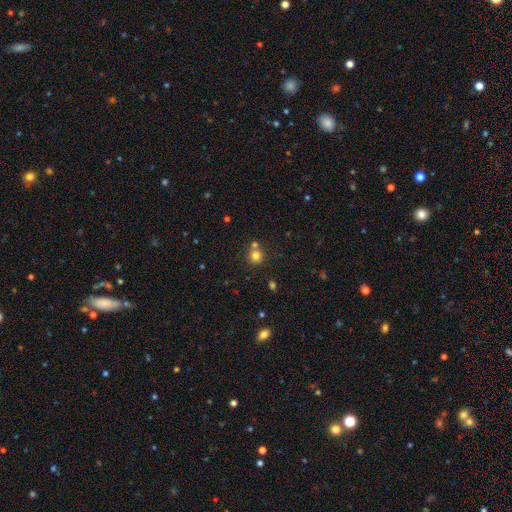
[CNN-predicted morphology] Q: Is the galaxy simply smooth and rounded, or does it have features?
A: smooth — 78%.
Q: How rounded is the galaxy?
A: round — 91%.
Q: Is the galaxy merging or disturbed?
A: none — 66%.